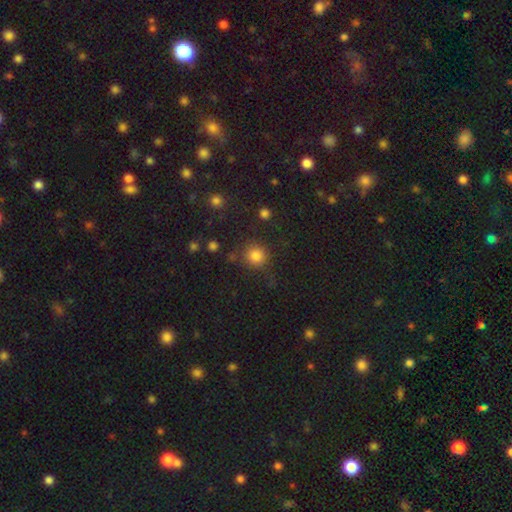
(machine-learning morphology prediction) Smooth or featured? smooth (82%)
How rounded? round (91%)
Merging? none (79%)